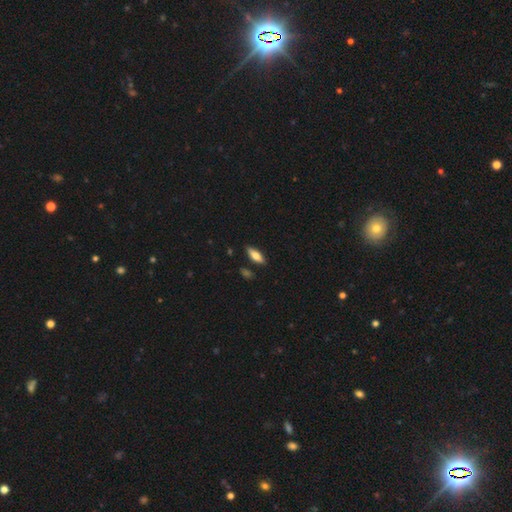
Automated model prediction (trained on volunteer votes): Smooth or featured?
  - smooth: 68% *
  - featured or disk: 25%
  - star or artifact: 6%
How rounded?
  - in between: 66% *
  - cigar-shaped: 32%
  - round: 2%
Merging?
  - none: 86% *
  - minor disturbance: 10%
  - major disturbance: 2%
  - merger: 2%